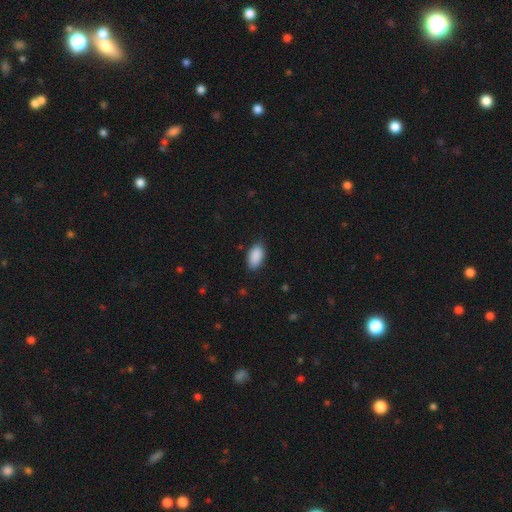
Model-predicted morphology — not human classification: smooth-or-featured: smooth: 91% | star or artifact: 6% | featured or disk: 3%
  how-rounded: in between: 95% | round: 3% | cigar-shaped: 2%
  merging: none: 84% | minor disturbance: 12% | major disturbance: 3% | merger: 1%